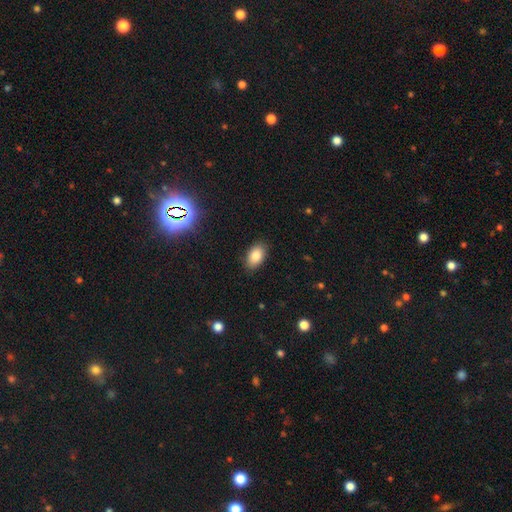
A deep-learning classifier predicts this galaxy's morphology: Smooth or featured: smooth — 83% (star or artifact — 9%)
How rounded: in between — 91% (round — 8%)
Merging: none — 87% (minor disturbance — 10%)